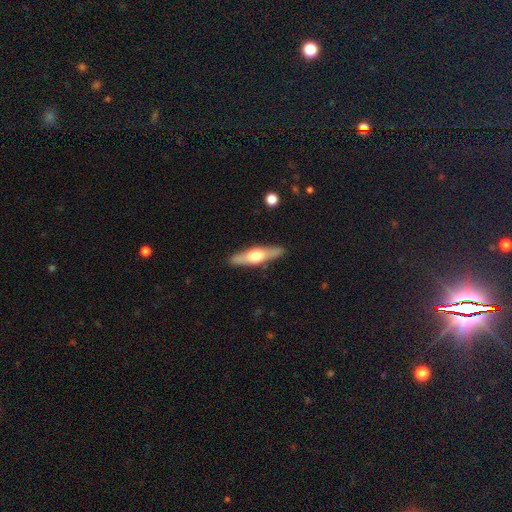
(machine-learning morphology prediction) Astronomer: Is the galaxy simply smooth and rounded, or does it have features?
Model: featured or disk — 57% (runner-up: smooth, 38%).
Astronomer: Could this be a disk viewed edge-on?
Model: yes — 91%.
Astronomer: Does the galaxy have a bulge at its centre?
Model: rounded — 94%.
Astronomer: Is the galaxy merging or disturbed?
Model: none — 89%.